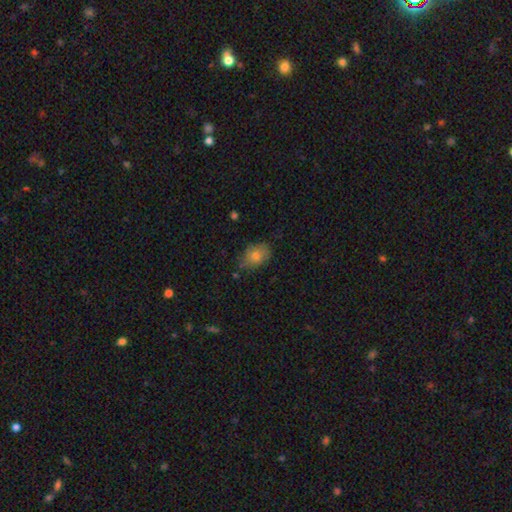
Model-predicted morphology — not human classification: smooth-or-featured: smooth: 77% | featured or disk: 14% | star or artifact: 10%
  how-rounded: in between: 77% | round: 22% | cigar-shaped: 1%
  merging: none: 66% | minor disturbance: 25% | major disturbance: 6% | merger: 3%